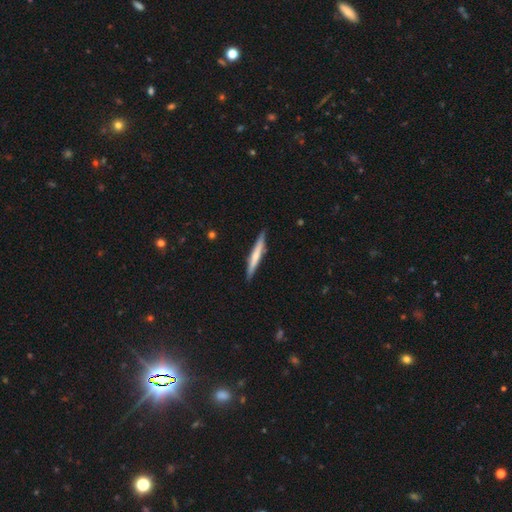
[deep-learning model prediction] A smooth galaxy with no disk features (55%) that is cigar-shaped (95%).

Vote fractions:
- Smooth or featured? smooth: 55% / featured or disk: 40% / star or artifact: 5%
- How rounded? cigar-shaped: 95% / in between: 4% / round: 1%
- Merging? none: 88% / minor disturbance: 9% / merger: 2% / major disturbance: 2%